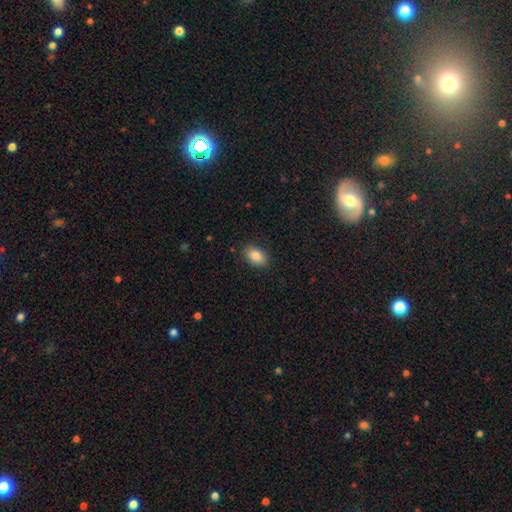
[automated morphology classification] A smooth galaxy with no disk features (86%) that is in between round and cigar-shaped (88%).

Vote fractions:
- Smooth or featured? smooth: 86% / star or artifact: 8% / featured or disk: 6%
- How rounded? in between: 88% / round: 11% / cigar-shaped: 1%
- Merging? none: 87% / minor disturbance: 10% / major disturbance: 2% / merger: 1%